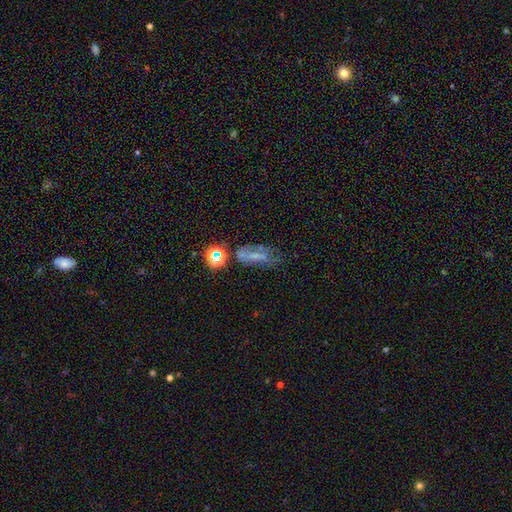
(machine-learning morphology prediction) Smooth or featured? smooth (44%)
Merging? none (40%)